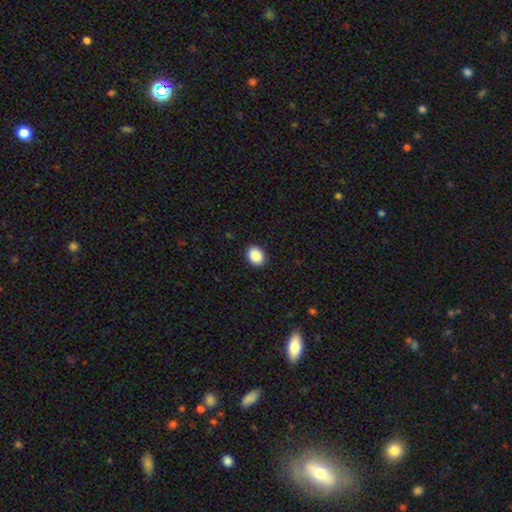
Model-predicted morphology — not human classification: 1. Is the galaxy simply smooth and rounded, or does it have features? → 90% smooth, 8% star or artifact, 3% featured or disk.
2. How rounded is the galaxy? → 66% in between, 33% round, 1% cigar-shaped.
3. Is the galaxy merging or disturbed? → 91% none, 6% minor disturbance, 2% major disturbance, 1% merger.